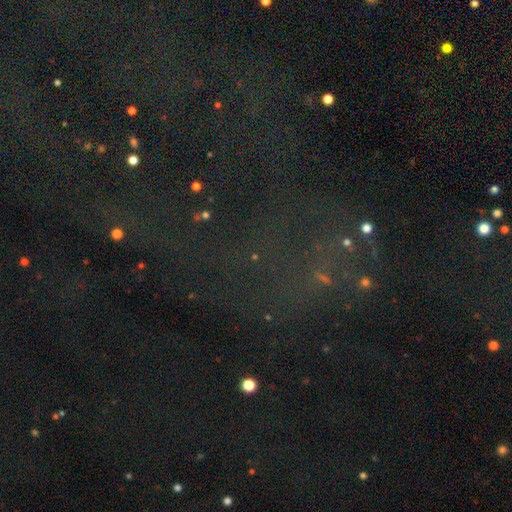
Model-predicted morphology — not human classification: smooth_or_featured: star or artifact (p=0.69) [alt: smooth p=0.17]